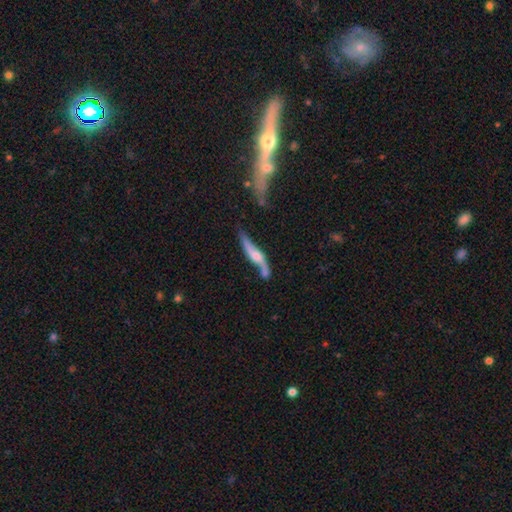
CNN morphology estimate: smooth-or-featured: featured or disk: 71% | smooth: 23% | star or artifact: 6%
  disk-edge-on: yes: 67% | no: 33%
  merging: none: 51% | minor disturbance: 22% | merger: 15% | major disturbance: 12%